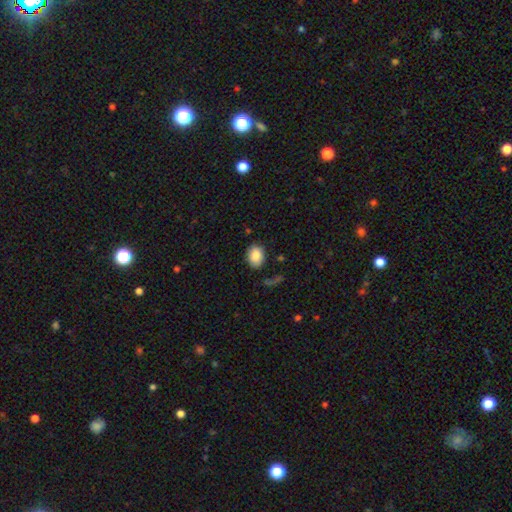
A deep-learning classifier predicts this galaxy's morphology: Smooth or featured: smooth — 86% (star or artifact — 8%)
How rounded: in between — 69% (round — 30%)
Merging: none — 81% (minor disturbance — 13%)